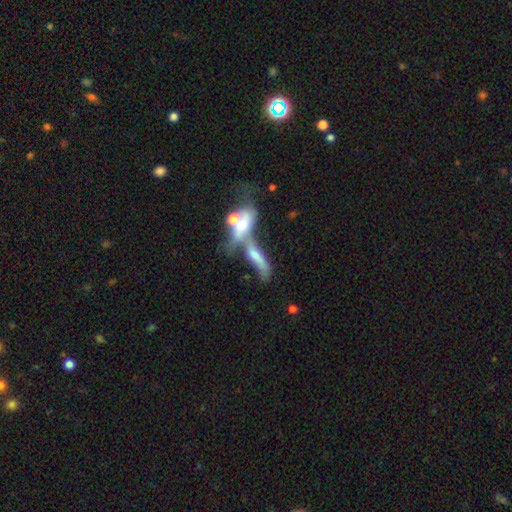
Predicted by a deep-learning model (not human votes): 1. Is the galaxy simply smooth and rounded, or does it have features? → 52% smooth, 37% featured or disk, 11% star or artifact.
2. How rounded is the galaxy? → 53% cigar-shaped, 43% in between, 4% round.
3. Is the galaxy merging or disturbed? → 68% merger, 13% none, 11% major disturbance, 8% minor disturbance.